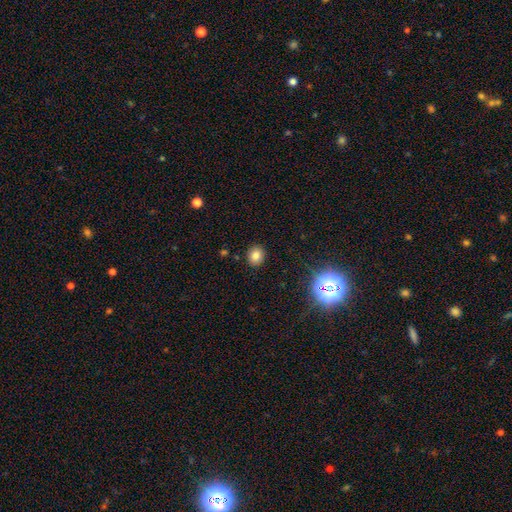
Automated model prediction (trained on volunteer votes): smooth_or_featured: smooth (p=0.81) [alt: star or artifact p=0.13]
how_rounded: round (p=0.72) [alt: in between p=0.27]
merging: none (p=0.90) [alt: minor disturbance p=0.07]